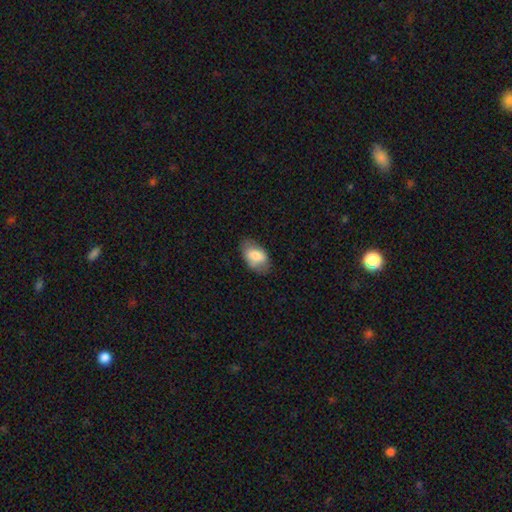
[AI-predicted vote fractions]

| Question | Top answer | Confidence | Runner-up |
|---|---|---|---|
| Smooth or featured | smooth | 75% | featured or disk (19%) |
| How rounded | in between | 92% | round (7%) |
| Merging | none | 71% | minor disturbance (22%) |